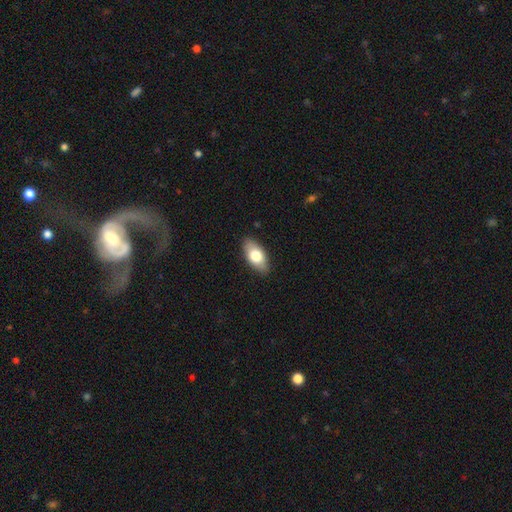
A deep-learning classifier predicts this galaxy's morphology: Smooth or featured: smooth — 74% (featured or disk — 20%)
How rounded: in between — 91% (cigar-shaped — 6%)
Merging: none — 87% (minor disturbance — 10%)